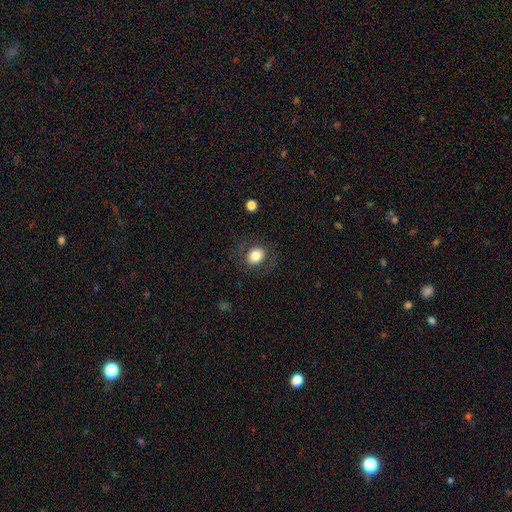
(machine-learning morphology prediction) Q: Smooth or featured?
A: smooth (78%); runner-up: featured or disk (13%)
Q: How rounded?
A: round (57%); runner-up: in between (42%)
Q: Merging?
A: none (82%); runner-up: minor disturbance (11%)